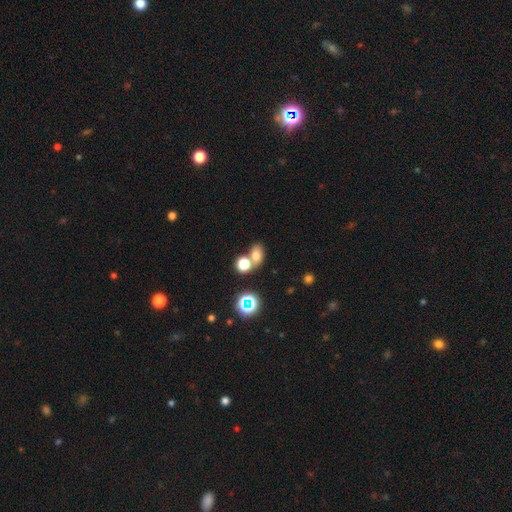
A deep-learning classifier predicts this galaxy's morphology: Smooth or featured?
  - smooth: 71% *
  - star or artifact: 19%
  - featured or disk: 11%
How rounded?
  - in between: 68% *
  - round: 31%
  - cigar-shaped: 2%
Merging?
  - none: 51% *
  - merger: 35%
  - minor disturbance: 10%
  - major disturbance: 4%